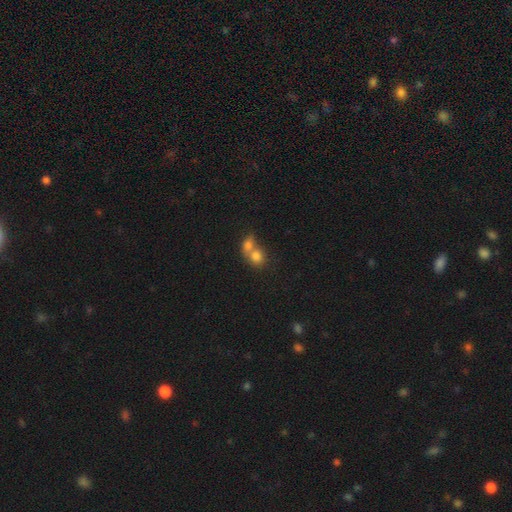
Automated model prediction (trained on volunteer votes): A smooth galaxy with no disk features (77%) that is round (63%).

Vote fractions:
- Smooth or featured? smooth: 77% / featured or disk: 13% / star or artifact: 10%
- How rounded? round: 63% / in between: 35% / cigar-shaped: 1%
- Merging? merger: 70% / none: 22% / minor disturbance: 5% / major disturbance: 3%